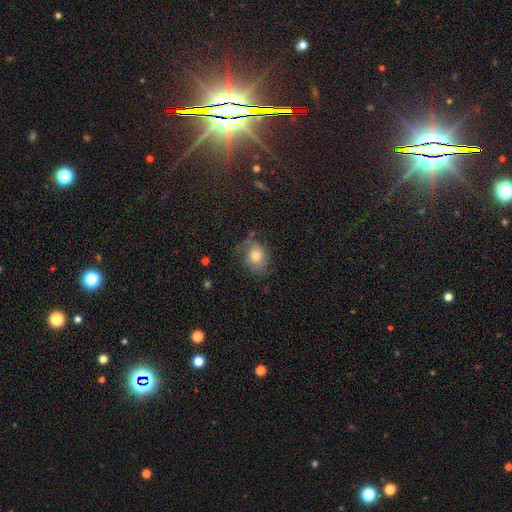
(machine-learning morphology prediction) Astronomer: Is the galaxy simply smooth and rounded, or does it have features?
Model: smooth — 57%.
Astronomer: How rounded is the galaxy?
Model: in between — 55% (runner-up: round, 43%).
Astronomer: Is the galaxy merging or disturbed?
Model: none — 59%.